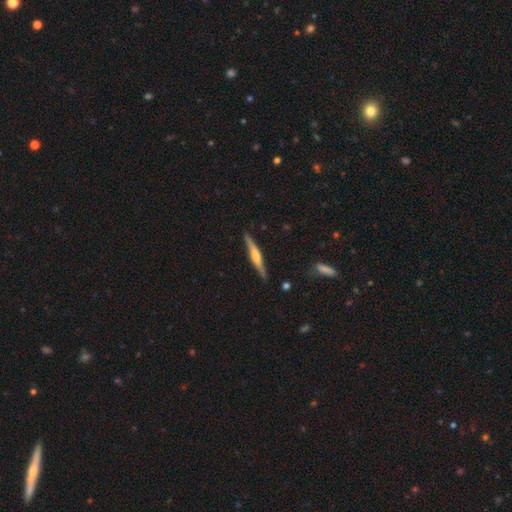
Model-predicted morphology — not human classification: This appears to be a featured or disk galaxy (64%) viewed edge-on (97%) with a rounded central bulge (58%). Merging: none (85%).